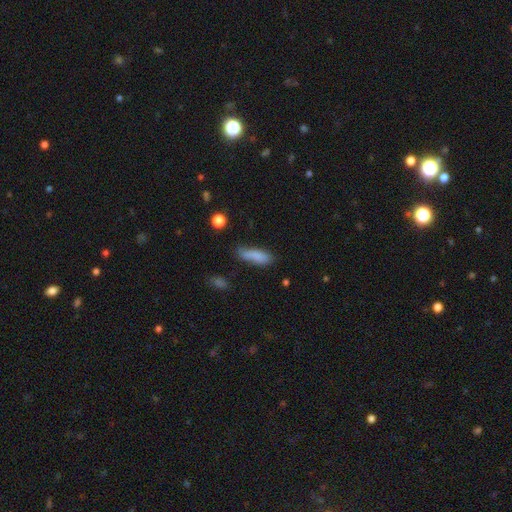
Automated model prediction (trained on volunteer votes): smooth-or-featured: smooth: 82% | featured or disk: 10% | star or artifact: 8%
  how-rounded: cigar-shaped: 50% | in between: 48% | round: 2%
  merging: none: 62% | minor disturbance: 26% | major disturbance: 8% | merger: 4%